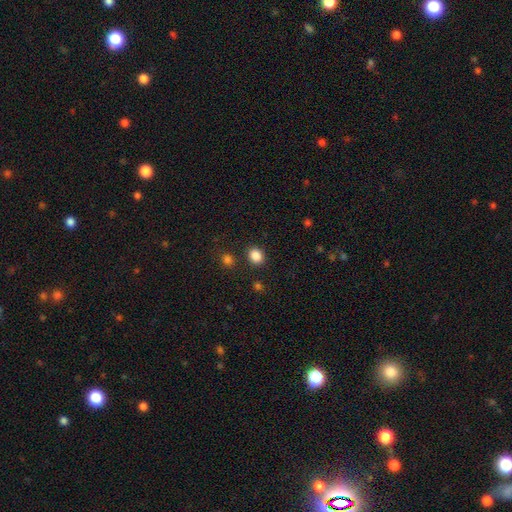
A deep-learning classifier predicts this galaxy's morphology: smooth_or_featured: smooth (p=0.86) [alt: star or artifact p=0.10]
how_rounded: round (p=0.59) [alt: in between p=0.40]
merging: none (p=0.85) [alt: minor disturbance p=0.08]